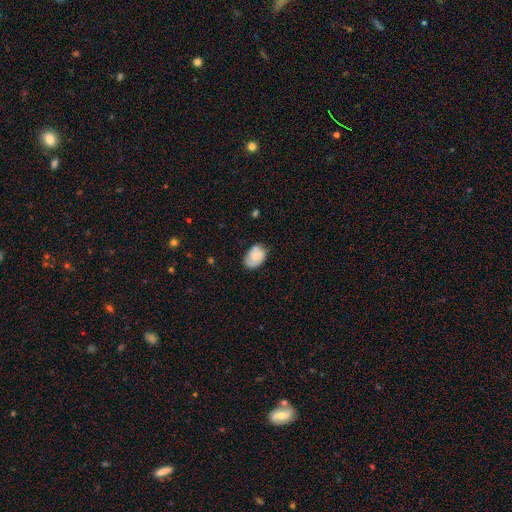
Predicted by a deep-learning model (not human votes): Overall: smooth (63%; featured or disk 29%). How rounded: in between (79%). Merging: none (60%; minor disturbance 29%).